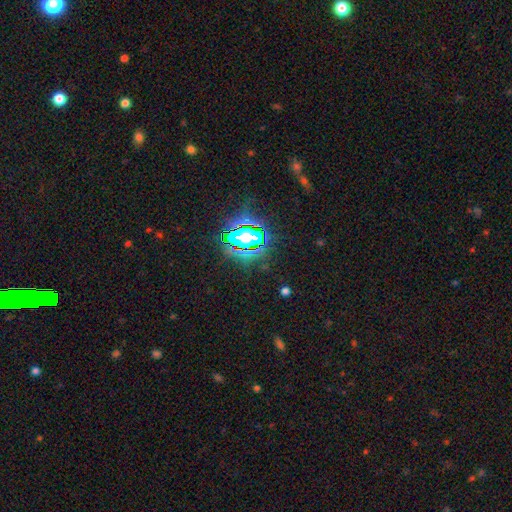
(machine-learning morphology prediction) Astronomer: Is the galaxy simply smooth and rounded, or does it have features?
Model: star or artifact — 82%.